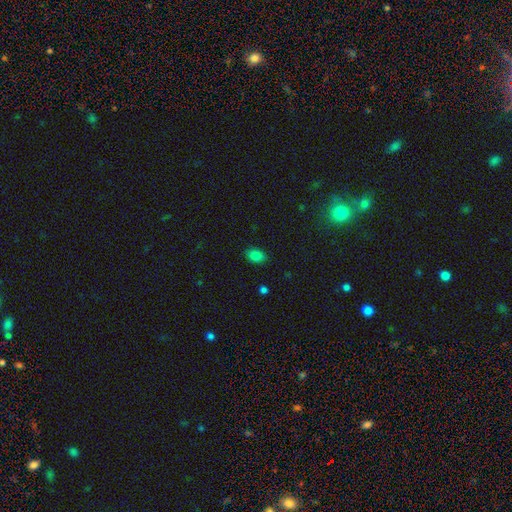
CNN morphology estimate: A smooth galaxy with no disk features (83%) that is in between round and cigar-shaped (76%). Merging: none (86%).